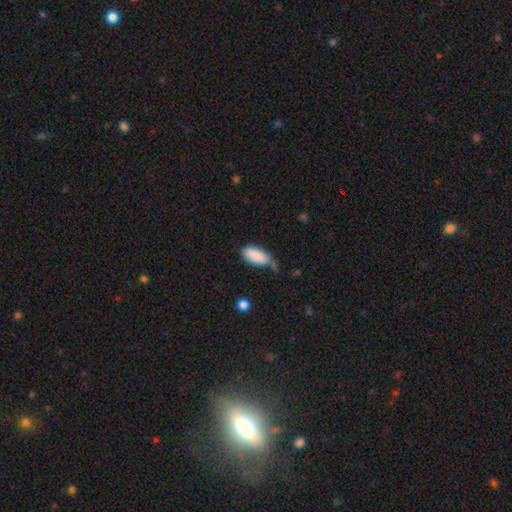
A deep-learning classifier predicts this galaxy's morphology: Q: Smooth or featured?
A: smooth (87%); runner-up: featured or disk (7%)
Q: How rounded?
A: in between (90%); runner-up: cigar-shaped (8%)
Q: Merging?
A: none (43%); runner-up: minor disturbance (37%)